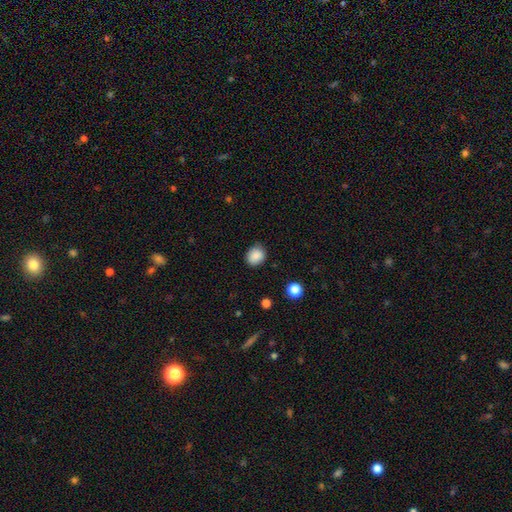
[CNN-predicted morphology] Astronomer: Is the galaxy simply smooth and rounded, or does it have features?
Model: smooth — 87%.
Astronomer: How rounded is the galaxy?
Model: round — 67%.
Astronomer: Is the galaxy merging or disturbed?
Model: none — 81%.